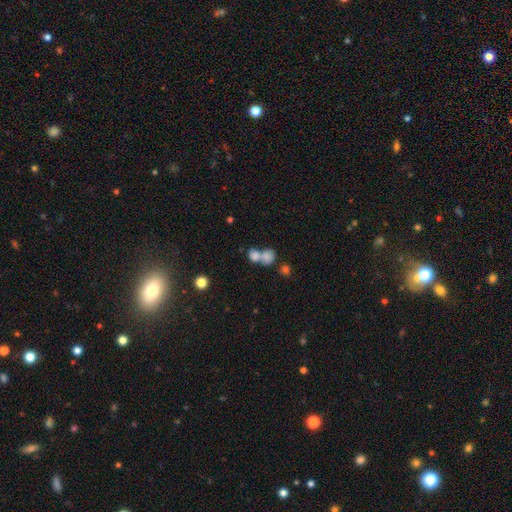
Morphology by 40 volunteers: smooth_or_featured: smooth (p=0.80) [alt: featured or disk p=0.10]
how_rounded: round (p=0.84) [alt: in between p=0.16]
merging: merger (p=0.78) [alt: none p=0.19]